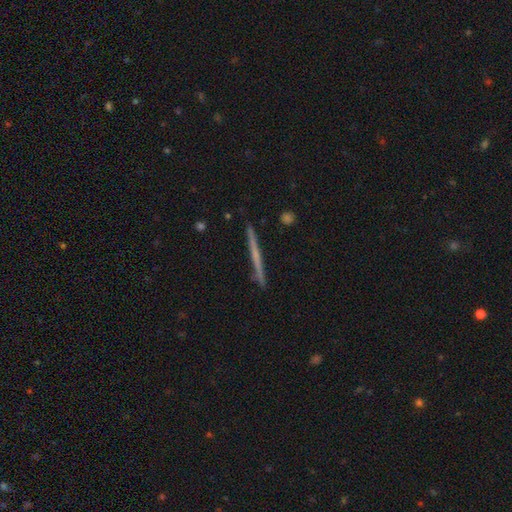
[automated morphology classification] The model was most divided on "smooth or featured": featured or disk: 54%, smooth: 40%, star or artifact: 6%. More confident: edge-on disk — yes (98%); merging — none (91%); edge-on bulge — none (86%).